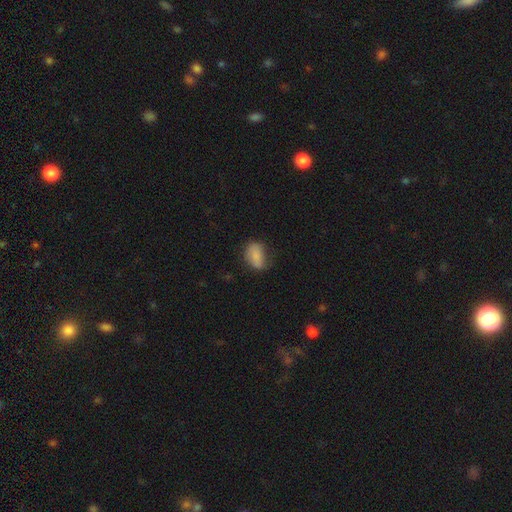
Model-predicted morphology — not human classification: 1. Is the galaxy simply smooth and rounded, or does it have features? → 81% smooth, 11% featured or disk, 9% star or artifact.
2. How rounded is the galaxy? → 82% in between, 16% round, 2% cigar-shaped.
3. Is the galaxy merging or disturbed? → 54% none, 32% minor disturbance, 12% major disturbance, 2% merger.